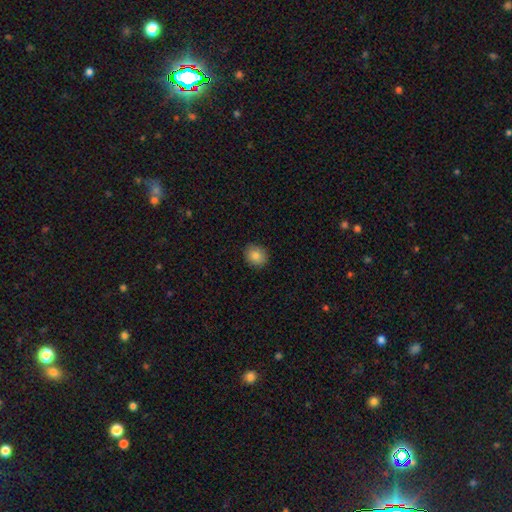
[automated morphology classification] Q: Smooth or featured?
A: smooth (84%); runner-up: star or artifact (10%)
Q: How rounded?
A: round (76%); runner-up: in between (23%)
Q: Merging?
A: none (90%); runner-up: minor disturbance (7%)